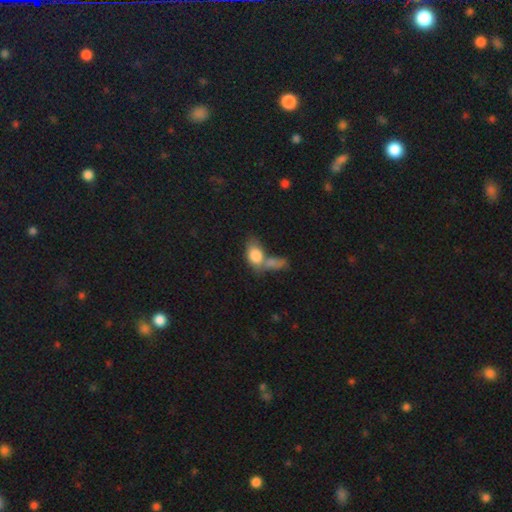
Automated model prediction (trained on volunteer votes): Morphology: type=smooth (80%); roundness=in between (82%); merging=merger (54%).